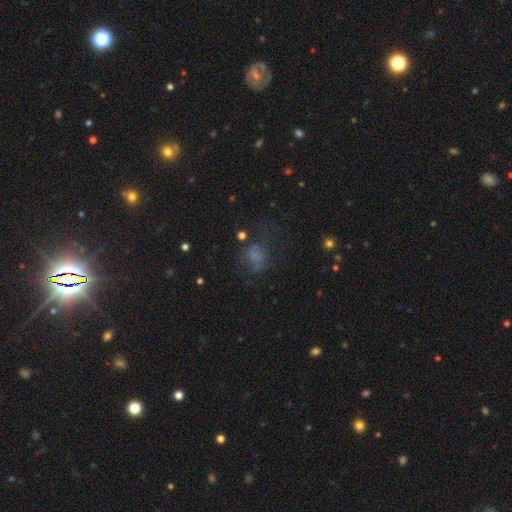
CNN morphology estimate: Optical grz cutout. It shows a smooth galaxy with no disk features (58%) that is in between round and cigar-shaped (50%). Merging: none (42%).